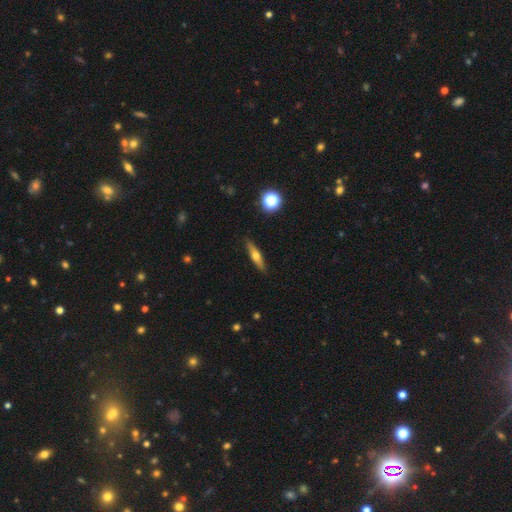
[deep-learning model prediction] Q: Smooth or featured?
A: smooth (46%); tied with: featured or disk (46%)
Q: Merging?
A: none (89%); runner-up: minor disturbance (8%)